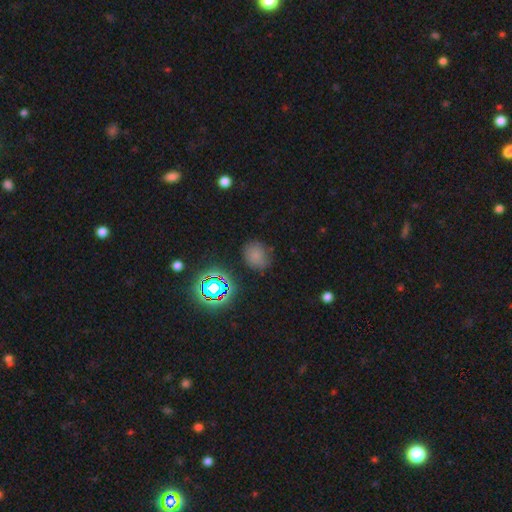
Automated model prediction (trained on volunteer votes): Smooth or featured: smooth — 65% (star or artifact — 25%)
How rounded: round — 63% (in between — 36%)
Merging: none — 73% (minor disturbance — 19%)